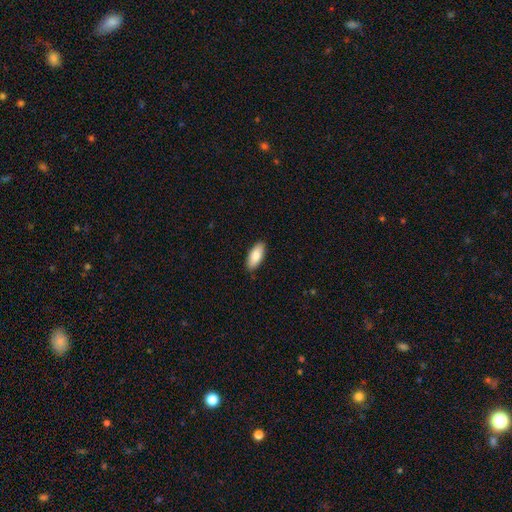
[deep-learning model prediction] The model was most divided on "smooth or featured": smooth: 84%, featured or disk: 10%, star or artifact: 6%. More confident: merging — none (89%); how rounded — in between (86%).